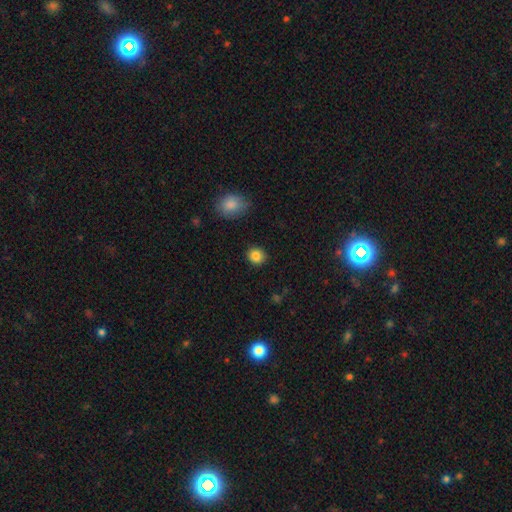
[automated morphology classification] The model was most divided on "how rounded": round: 81%, in between: 18%, cigar-shaped: 1%. More confident: merging — none (90%); smooth or featured — smooth (86%).